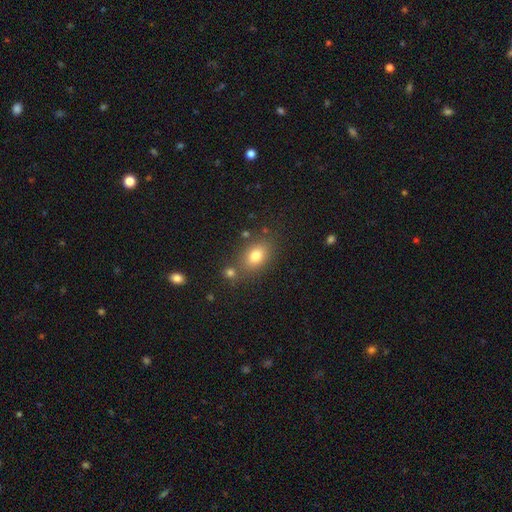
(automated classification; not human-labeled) smooth_or_featured: smooth (p=0.79) [alt: star or artifact p=0.11]
how_rounded: in between (p=0.76) [alt: round p=0.22]
merging: none (p=0.71) [alt: minor disturbance p=0.12]